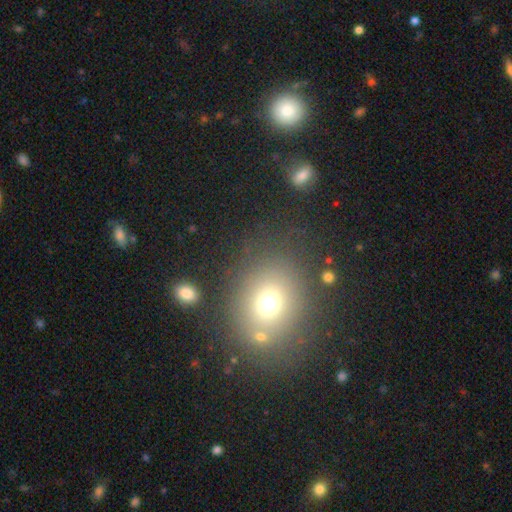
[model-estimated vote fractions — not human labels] Morphology: type=smooth (67%); roundness=round (62%); merging=none (77%).